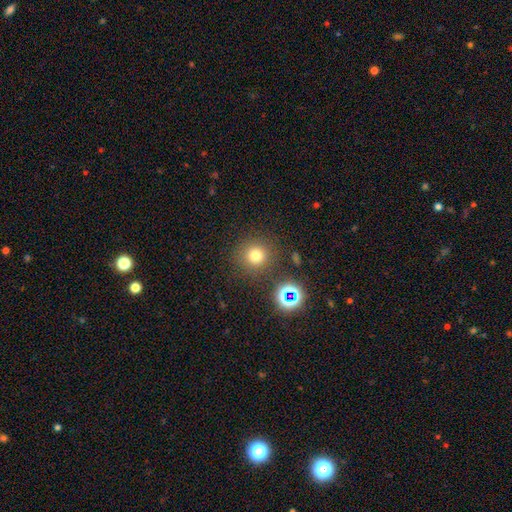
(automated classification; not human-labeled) Q: Smooth or featured?
A: smooth (74%); runner-up: star or artifact (18%)
Q: How rounded?
A: round (93%); runner-up: in between (6%)
Q: Merging?
A: none (84%); runner-up: minor disturbance (8%)